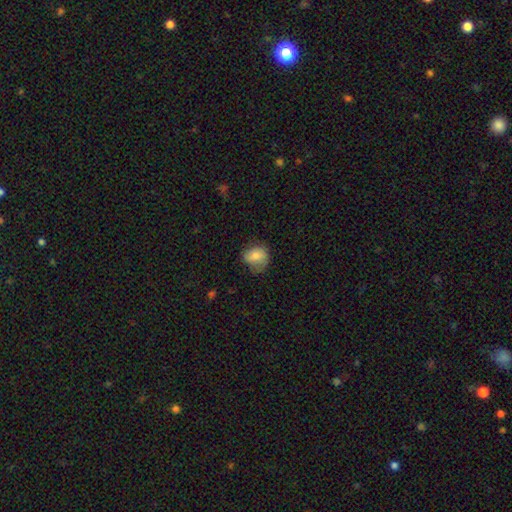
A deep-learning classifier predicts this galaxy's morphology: This is likely a smooth galaxy (77%). How rounded: likely round (61%). Merging: possibly none (57%).